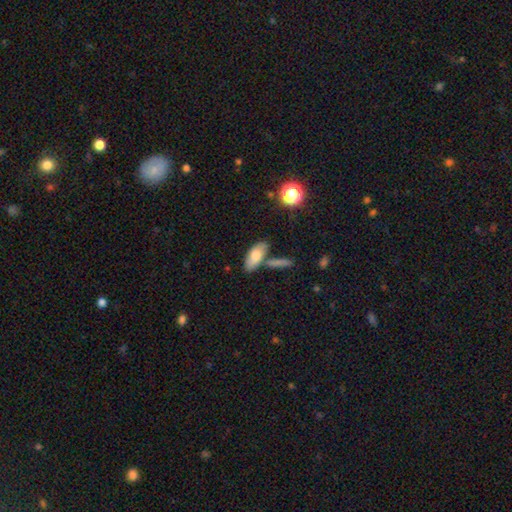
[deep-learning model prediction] smooth-or-featured: smooth: 73% | featured or disk: 20% | star or artifact: 7%
  how-rounded: in between: 85% | cigar-shaped: 11% | round: 3%
  merging: none: 64% | merger: 17% | minor disturbance: 15% | major disturbance: 5%